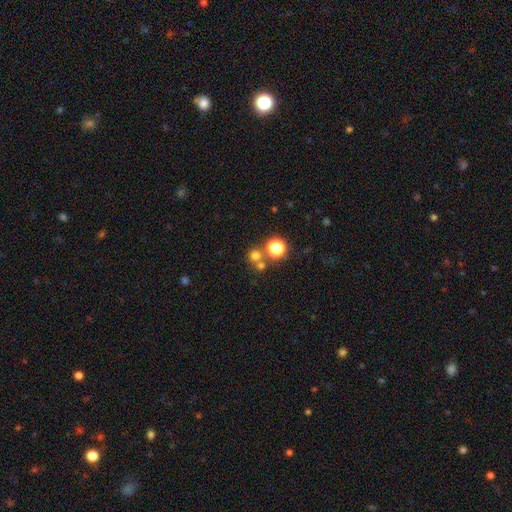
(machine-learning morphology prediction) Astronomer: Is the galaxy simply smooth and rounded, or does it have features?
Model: smooth — 67%.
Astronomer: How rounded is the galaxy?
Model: round — 91%.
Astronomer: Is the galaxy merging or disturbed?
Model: none — 64%.